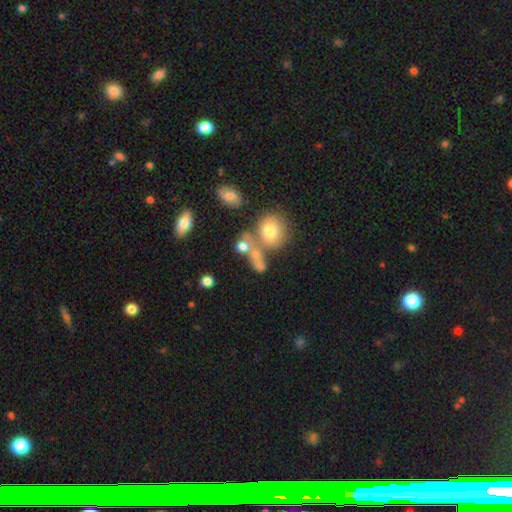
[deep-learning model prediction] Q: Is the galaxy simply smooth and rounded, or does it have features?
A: smooth — 65%.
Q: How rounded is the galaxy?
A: round — 54%.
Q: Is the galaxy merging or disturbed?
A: merger — 43%.